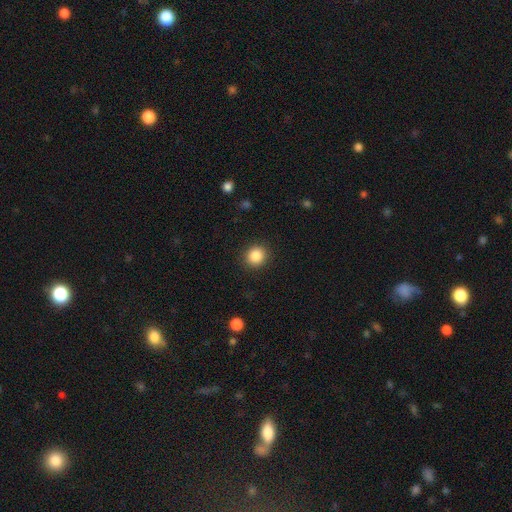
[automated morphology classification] smooth 87%, star or artifact 9%, featured or disk 4%. Down the decision tree: how rounded — round (85%); merging — none (90%).